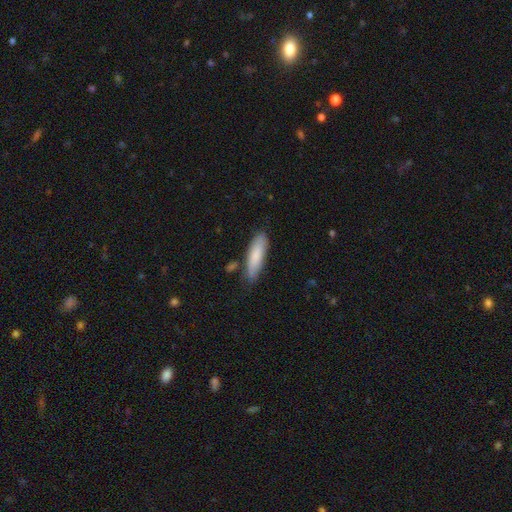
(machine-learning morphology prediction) smooth_or_featured: smooth (p=0.81) [alt: featured or disk p=0.14]
how_rounded: cigar-shaped (p=0.59) [alt: in between p=0.39]
merging: none (p=0.73) [alt: minor disturbance p=0.19]